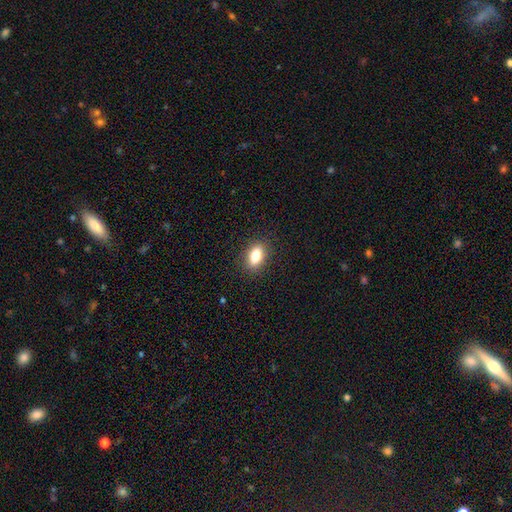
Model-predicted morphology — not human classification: Smooth or featured: smooth — 80% (featured or disk — 11%)
How rounded: in between — 85% (round — 10%)
Merging: none — 88% (minor disturbance — 9%)